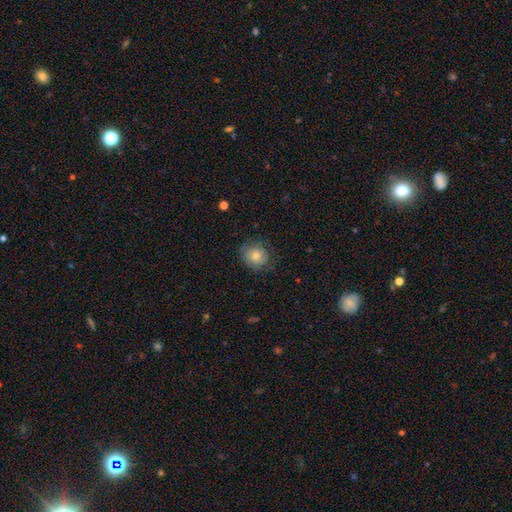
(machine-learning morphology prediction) Smooth or featured? smooth (61%)
How rounded? round (82%)
Merging? none (76%)